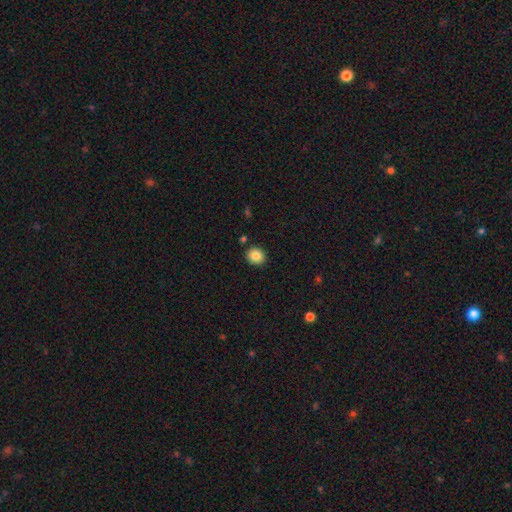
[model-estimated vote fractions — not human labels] Overall: smooth (85%). How rounded: round (84%). Merging: none (89%).